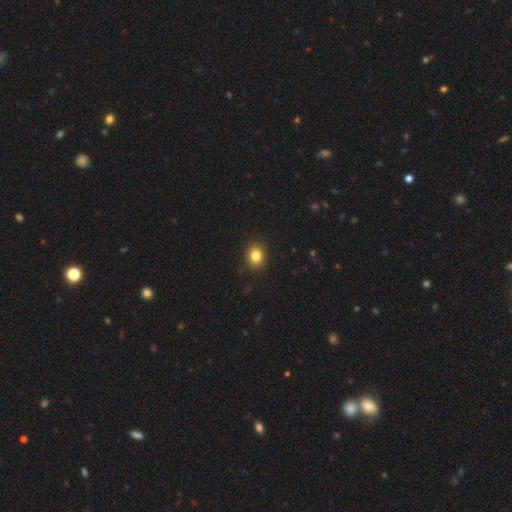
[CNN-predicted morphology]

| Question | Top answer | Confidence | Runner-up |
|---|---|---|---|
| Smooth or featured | smooth | 83% | star or artifact (11%) |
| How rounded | round | 52% | in between (47%) |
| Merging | none | 90% | minor disturbance (8%) |